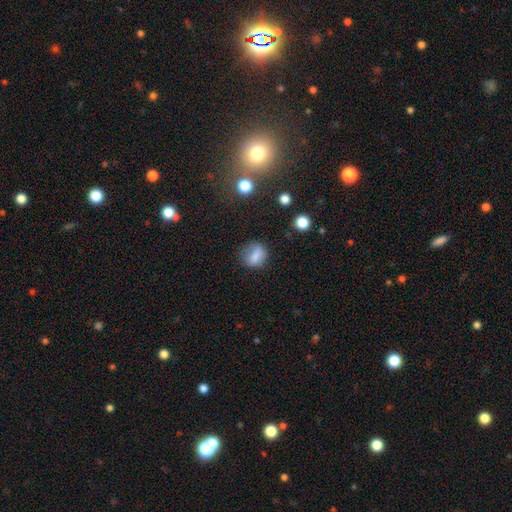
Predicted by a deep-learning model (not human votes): Smooth or featured?
  - smooth: 77% *
  - featured or disk: 12%
  - star or artifact: 11%
How rounded?
  - round: 65% *
  - in between: 33%
  - cigar-shaped: 2%
Merging?
  - none: 68% *
  - minor disturbance: 21%
  - major disturbance: 9%
  - merger: 2%